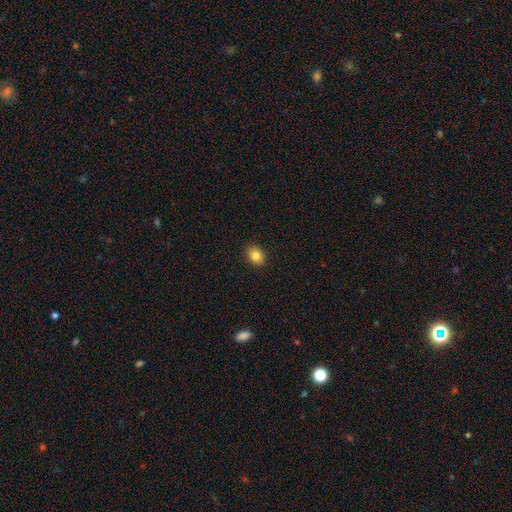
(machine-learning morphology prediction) A smooth galaxy with no disk features (83%) that is in between round and cigar-shaped (61%). Merging: none (91%).